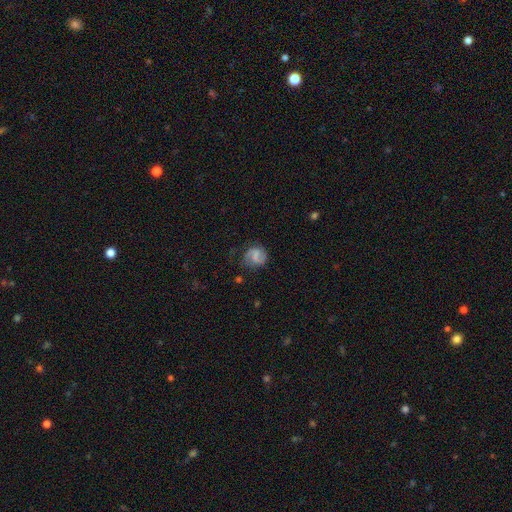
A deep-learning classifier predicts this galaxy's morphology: This is possibly a featured or disk galaxy (51%). It is clearly not viewed edge-on (98%). Bar: possibly weak (49%). Spiral arm pattern: clearly yes (86%). Central bulge: marginally none (42%). Merging: likely none (64%).